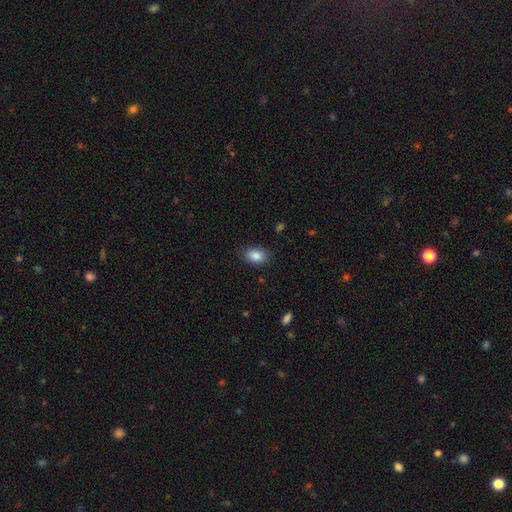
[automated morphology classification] smooth_or_featured: smooth (p=0.87) [alt: star or artifact p=0.08]
how_rounded: in between (p=0.82) [alt: round p=0.17]
merging: none (p=0.86) [alt: minor disturbance p=0.10]